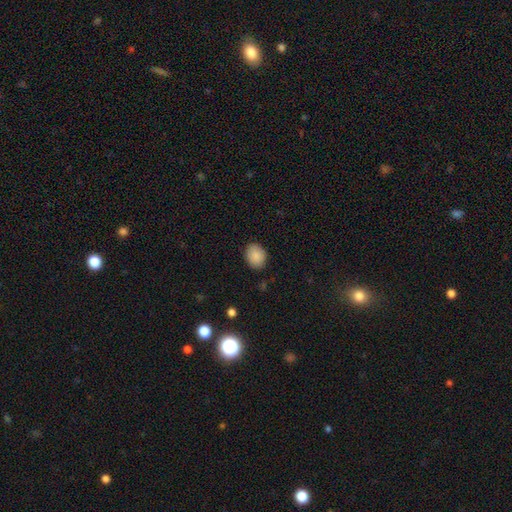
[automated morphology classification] smooth_or_featured: smooth (p=0.88) [alt: star or artifact p=0.08]
how_rounded: in between (p=0.54) [alt: round p=0.45]
merging: none (p=0.86) [alt: minor disturbance p=0.11]